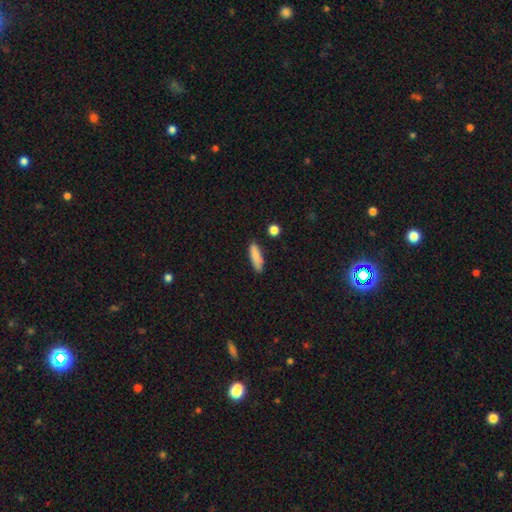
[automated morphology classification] Q: Smooth or featured?
A: smooth (85%); runner-up: featured or disk (8%)
Q: How rounded?
A: cigar-shaped (58%); runner-up: in between (40%)
Q: Merging?
A: none (80%); runner-up: minor disturbance (14%)